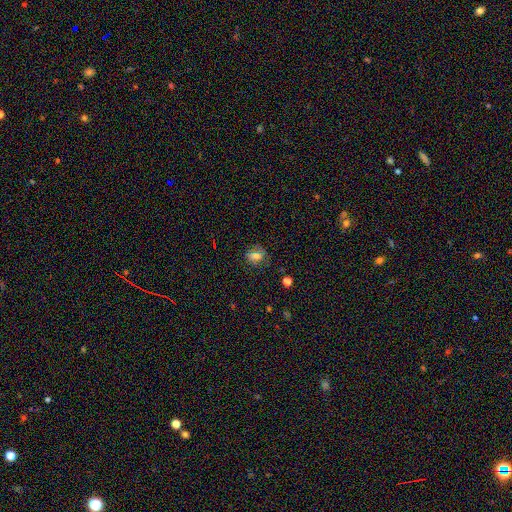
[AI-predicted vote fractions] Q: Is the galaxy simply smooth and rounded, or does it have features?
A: smooth — 63%.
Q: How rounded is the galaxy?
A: round — 52%.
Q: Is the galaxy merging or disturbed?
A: none — 78%.